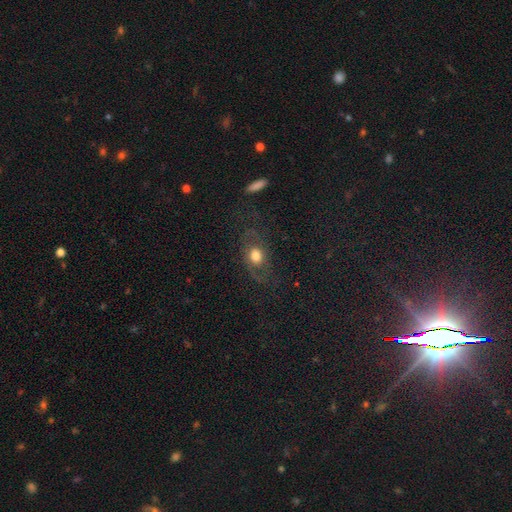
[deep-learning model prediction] featured or disk 46%, smooth 42%, star or artifact 12%. Down the decision tree: merging — none (64%).